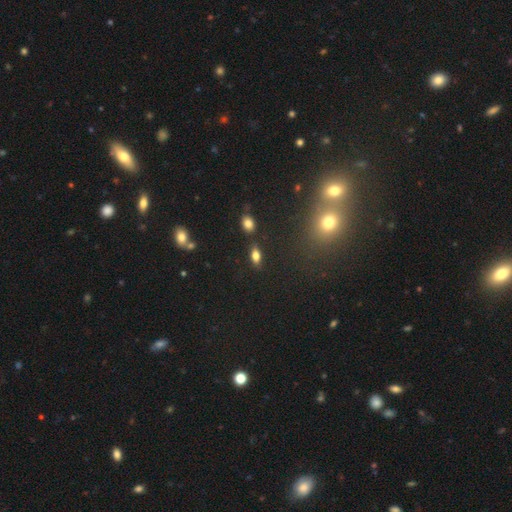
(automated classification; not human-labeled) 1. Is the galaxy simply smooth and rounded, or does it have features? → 73% smooth, 16% featured or disk, 12% star or artifact.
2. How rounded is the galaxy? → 81% in between, 12% cigar-shaped, 7% round.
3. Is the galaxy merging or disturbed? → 79% none, 12% minor disturbance, 6% merger, 4% major disturbance.